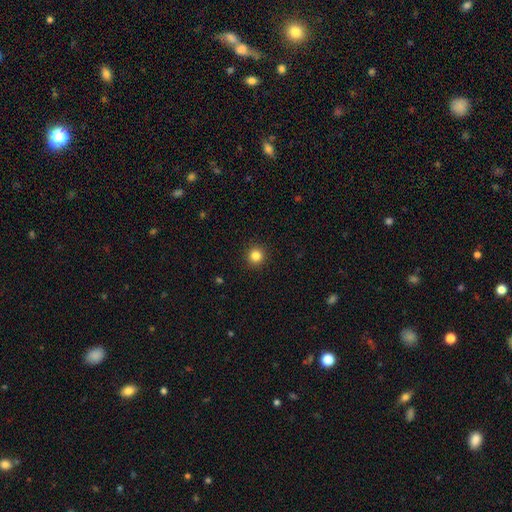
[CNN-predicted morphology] type=smooth (84%); roundness=round (95%); merging=none (93%).